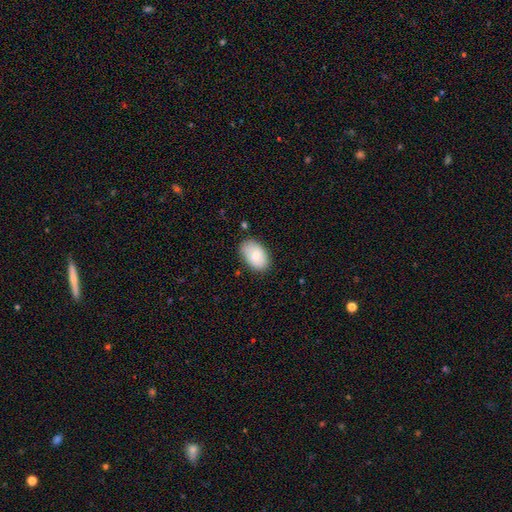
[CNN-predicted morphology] Smooth or featured? Predicted: smooth (p=0.77). How rounded? Predicted: in between (p=0.91). Merging? Predicted: none (p=0.79).